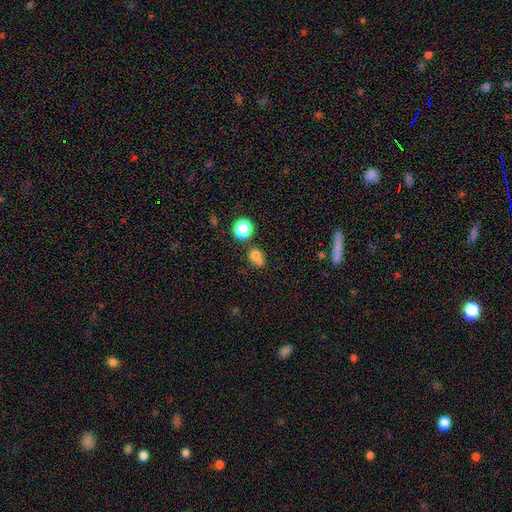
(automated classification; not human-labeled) A smooth galaxy with no disk features (74%) that is round (69%).

Vote fractions:
- Smooth or featured? smooth: 74% / star or artifact: 16% / featured or disk: 9%
- How rounded? round: 69% / in between: 30% / cigar-shaped: 1%
- Merging? none: 44% / merger: 39% / minor disturbance: 12% / major disturbance: 5%